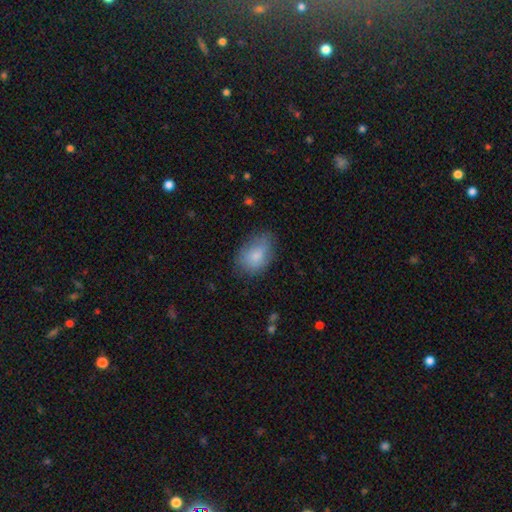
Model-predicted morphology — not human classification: smooth-or-featured: smooth: 82% | featured or disk: 11% | star or artifact: 7%
  how-rounded: in between: 85% | round: 14% | cigar-shaped: 1%
  merging: none: 67% | minor disturbance: 25% | major disturbance: 7% | merger: 1%